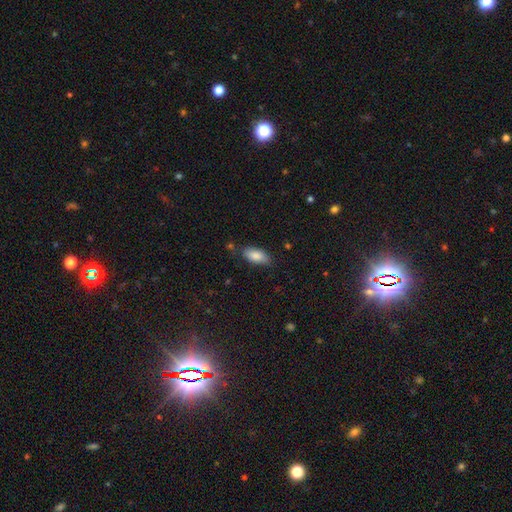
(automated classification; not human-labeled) The model was most divided on "merging": none: 78%, minor disturbance: 16%, major disturbance: 3%, merger: 3%. More confident: how rounded — in between (90%); smooth or featured — smooth (86%).